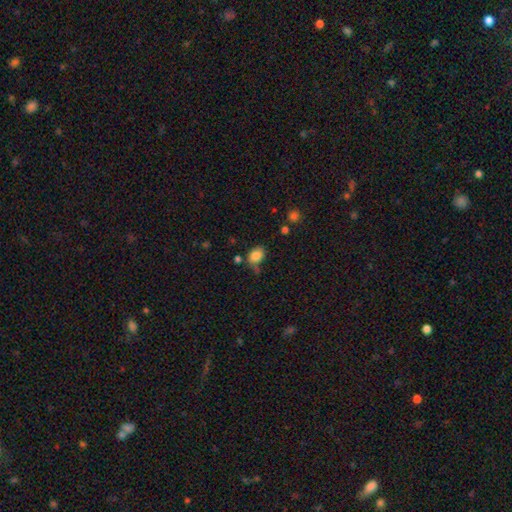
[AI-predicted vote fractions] This appears to be a smooth galaxy with no disk features (84%) that is in between round and cigar-shaped (73%). Merging: none (58%).